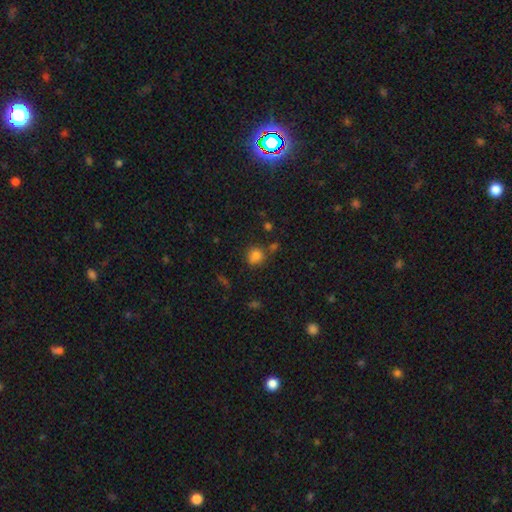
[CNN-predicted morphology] Smooth or featured: smooth — 81% (star or artifact — 14%)
How rounded: round — 80% (in between — 19%)
Merging: none — 68% (minor disturbance — 16%)